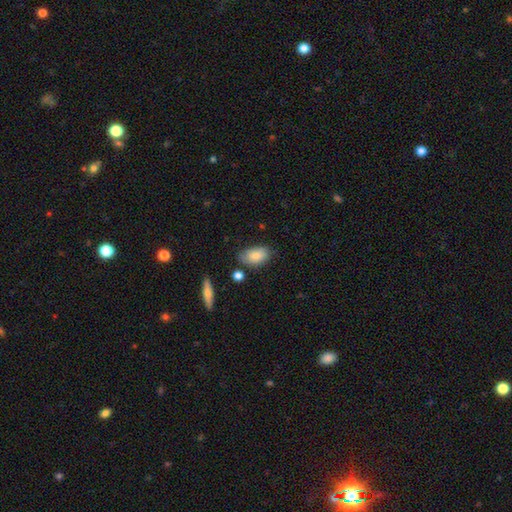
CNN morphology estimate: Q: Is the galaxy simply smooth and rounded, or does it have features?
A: smooth — 81%.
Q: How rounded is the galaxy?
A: in between — 92%.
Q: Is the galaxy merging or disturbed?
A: none — 70%.